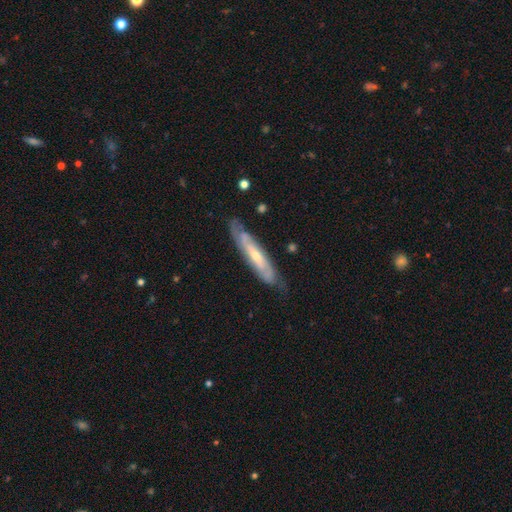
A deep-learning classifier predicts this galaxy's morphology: smooth_or_featured: featured or disk (p=0.70) [alt: smooth p=0.24]
disk_edge_on: no (p=0.55) [alt: yes p=0.45]
merging: none (p=0.73) [alt: minor disturbance p=0.20]